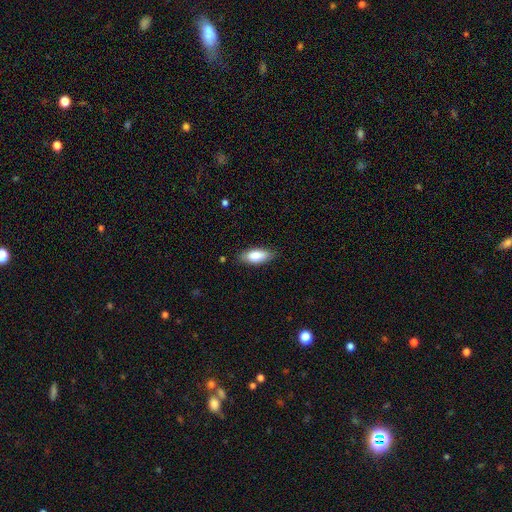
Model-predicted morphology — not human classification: Smooth or featured?
  - smooth: 82% *
  - featured or disk: 12%
  - star or artifact: 6%
How rounded?
  - in between: 82% *
  - cigar-shaped: 16%
  - round: 2%
Merging?
  - none: 83% *
  - minor disturbance: 13%
  - major disturbance: 3%
  - merger: 1%